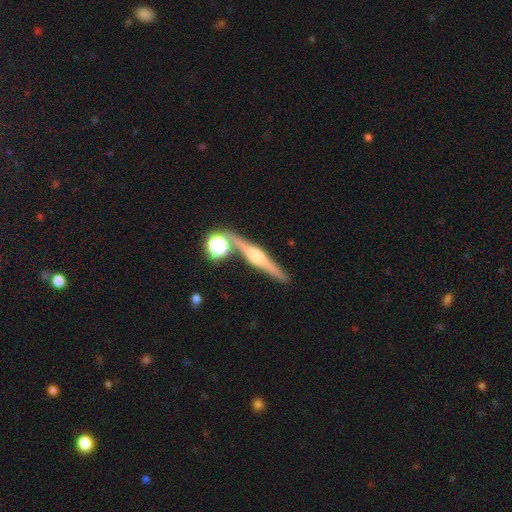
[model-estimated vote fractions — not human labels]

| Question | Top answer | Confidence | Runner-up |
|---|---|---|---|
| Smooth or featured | featured or disk | 78% | smooth (14%) |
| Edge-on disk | yes | 97% | no (3%) |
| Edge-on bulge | rounded | 88% | boxy (9%) |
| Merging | none | 82% | merger (8%) |